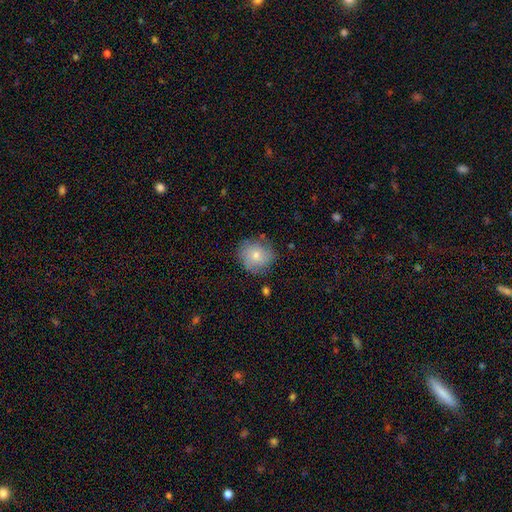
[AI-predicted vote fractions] Smooth or featured: smooth — 74% (featured or disk — 18%)
How rounded: round — 82% (in between — 17%)
Merging: none — 77% (minor disturbance — 17%)